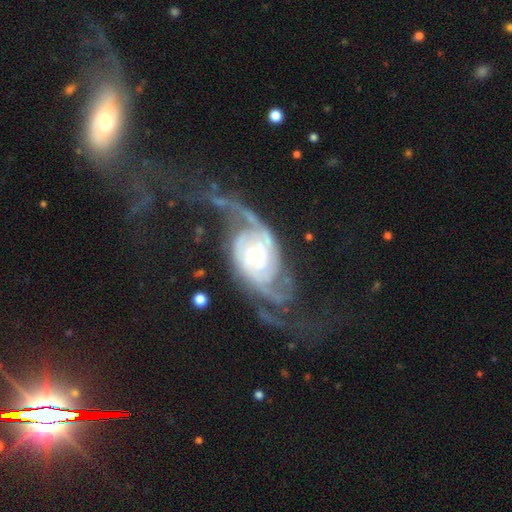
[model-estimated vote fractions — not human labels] Morphology: type=featured or disk (91%); edge-on=no (96%); bar=no (67%); spiral arms=yes (97%); winding=medium (36%, tied with tight); arm count=2 (63%); bulge=moderate (49%); merging=none (46%).